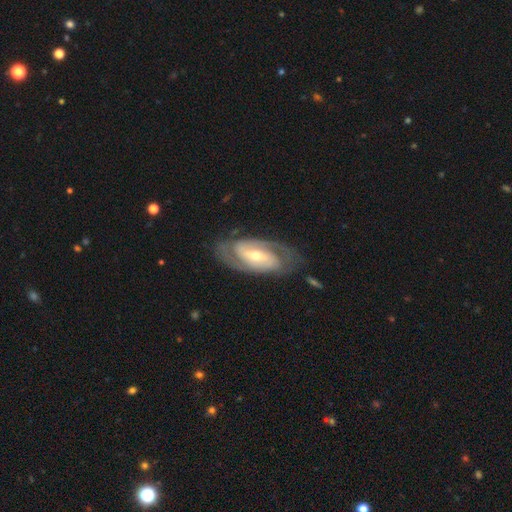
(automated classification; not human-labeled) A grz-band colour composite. It shows a featured or disk galaxy (86%) with a weak bar (40%), 2 (83%) tight (49%) spiral arms (94%) and a moderate central bulge (51%). Merging: none (77%).